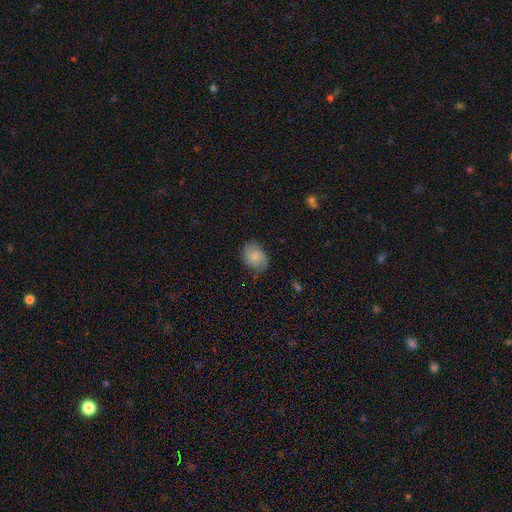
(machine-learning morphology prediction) smooth-or-featured: smooth: 79% | featured or disk: 14% | star or artifact: 7%
  how-rounded: in between: 64% | round: 35% | cigar-shaped: 1%
  merging: none: 70% | minor disturbance: 23% | major disturbance: 5% | merger: 1%